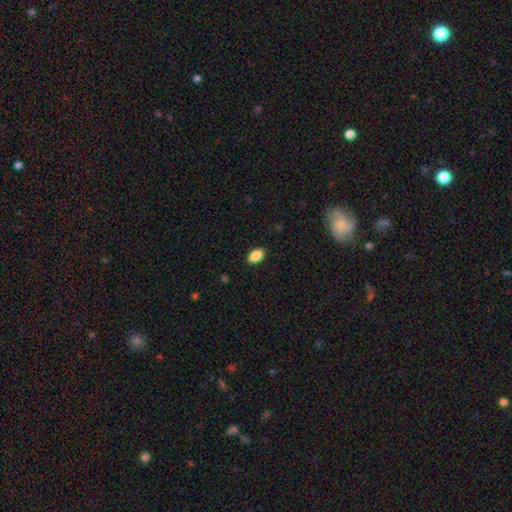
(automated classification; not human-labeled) The model was most divided on "smooth or featured": smooth: 87%, star or artifact: 8%, featured or disk: 6%. More confident: how rounded — in between (93%); merging — none (89%).